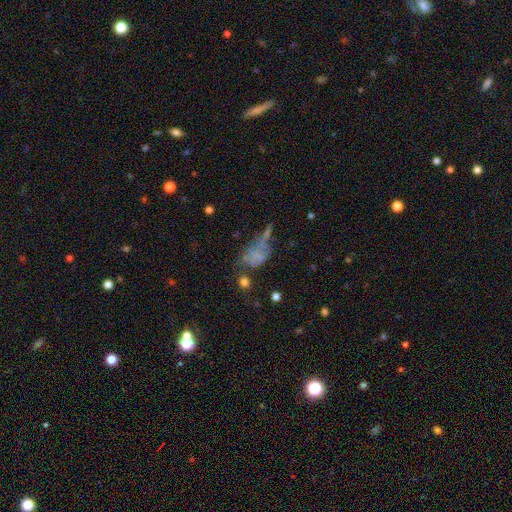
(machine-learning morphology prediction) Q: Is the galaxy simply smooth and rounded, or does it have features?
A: smooth — 55%.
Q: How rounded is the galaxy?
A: in between — 78%.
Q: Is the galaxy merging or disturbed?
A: major disturbance — 33%.